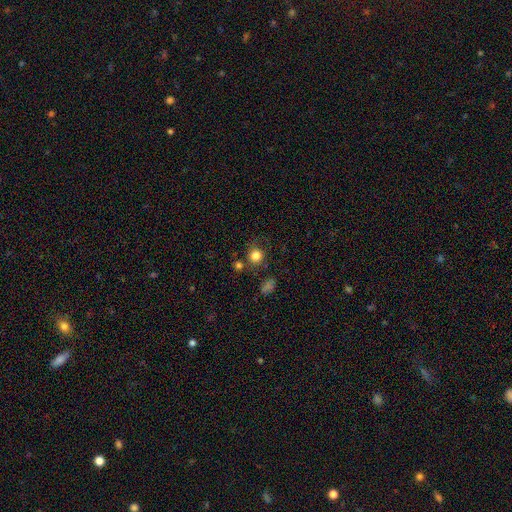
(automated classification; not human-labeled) Smooth or featured?
  - smooth: 81% *
  - star or artifact: 12%
  - featured or disk: 7%
How rounded?
  - round: 87% *
  - in between: 12%
  - cigar-shaped: 1%
Merging?
  - none: 73% *
  - minor disturbance: 13%
  - merger: 9%
  - major disturbance: 6%